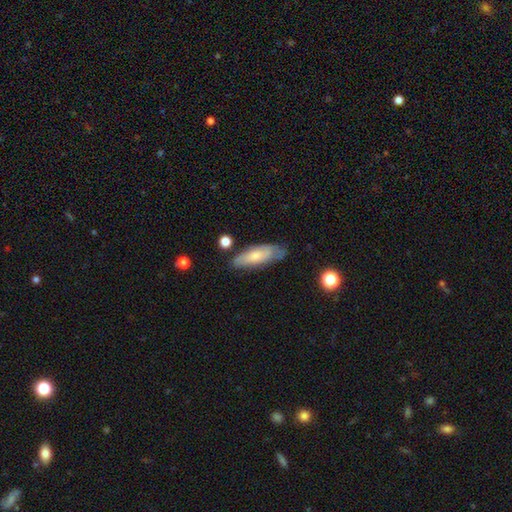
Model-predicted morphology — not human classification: smooth-or-featured: smooth: 61% | featured or disk: 32% | star or artifact: 7%
  how-rounded: in between: 59% | cigar-shaped: 39% | round: 2%
  merging: none: 70% | minor disturbance: 22% | major disturbance: 5% | merger: 3%